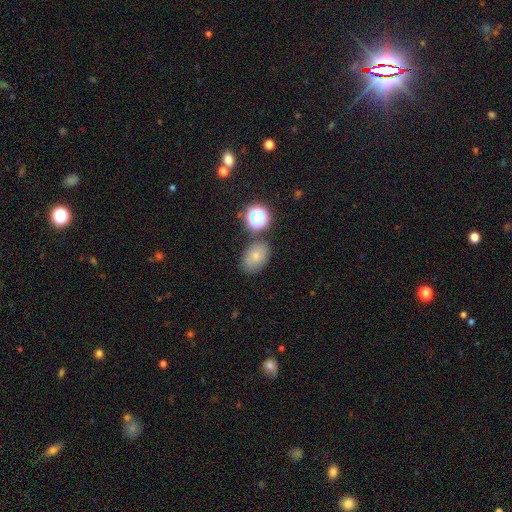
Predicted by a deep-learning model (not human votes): A smooth galaxy with no disk features (73%) that is in between round and cigar-shaped (77%). Merging: none (73%).